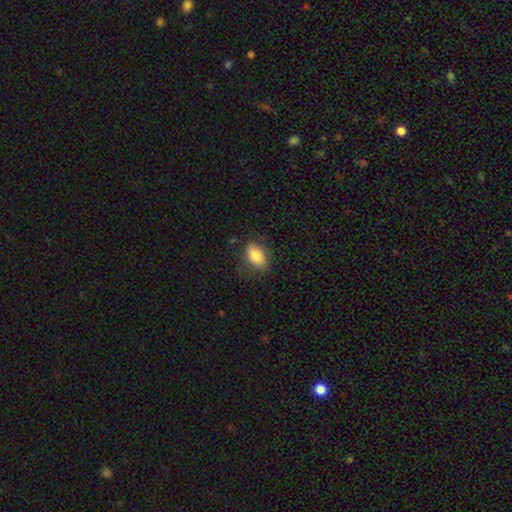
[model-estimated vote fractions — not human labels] A smooth galaxy with no disk features (84%) that is in between round and cigar-shaped (88%).

Vote fractions:
- Smooth or featured? smooth: 84% / featured or disk: 9% / star or artifact: 8%
- How rounded? in between: 88% / round: 10% / cigar-shaped: 2%
- Merging? none: 76% / minor disturbance: 17% / major disturbance: 6% / merger: 1%